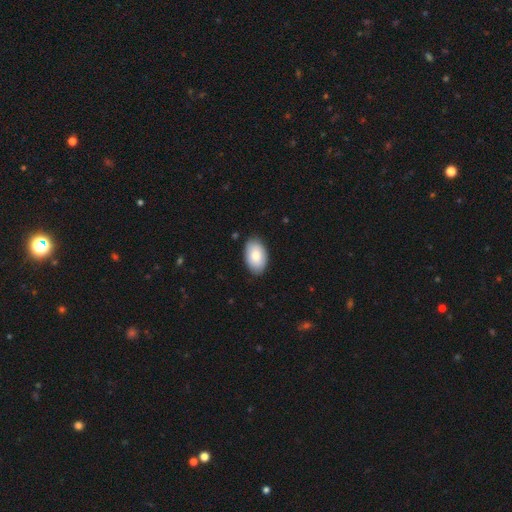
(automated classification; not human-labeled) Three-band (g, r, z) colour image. It shows a smooth galaxy with no disk features (84%) that is in between round and cigar-shaped (94%). Merging: none (86%).